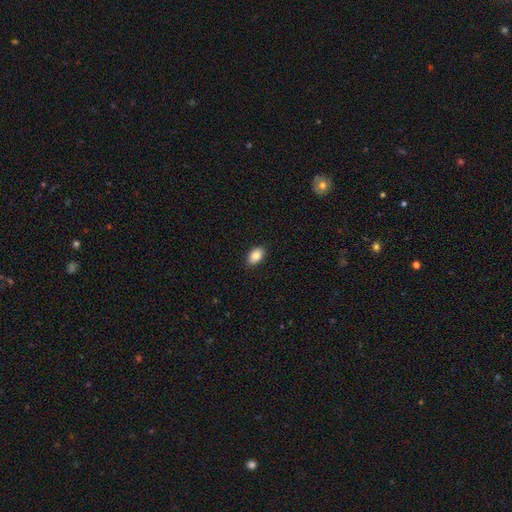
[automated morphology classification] smooth_or_featured: smooth (p=0.84) [alt: featured or disk p=0.09]
how_rounded: in between (p=0.91) [alt: round p=0.08]
merging: none (p=0.89) [alt: minor disturbance p=0.08]